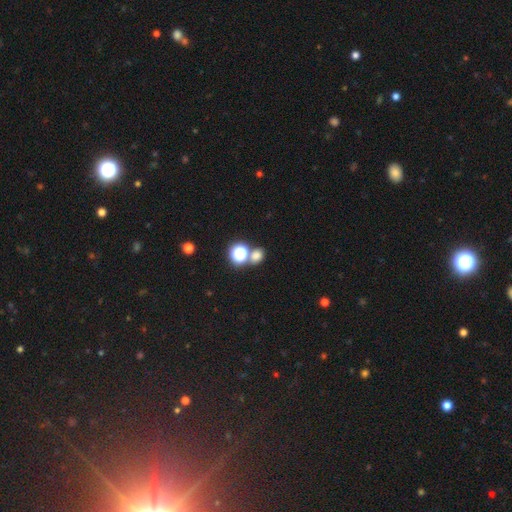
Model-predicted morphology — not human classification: Smooth or featured: smooth — 69% (star or artifact — 24%)
How rounded: round — 66% (in between — 33%)
Merging: none — 61% (merger — 28%)